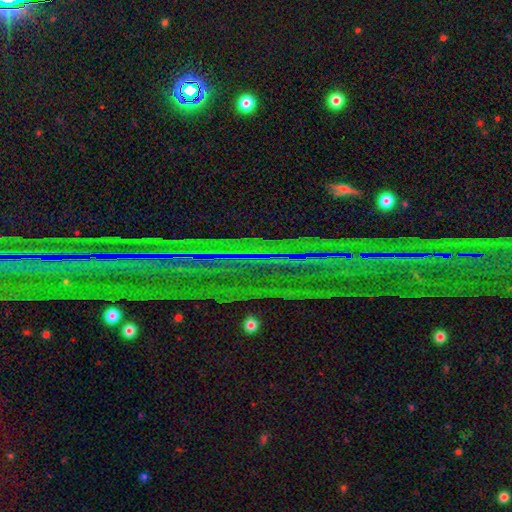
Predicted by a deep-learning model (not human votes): Morphology: type=star or artifact (79%).